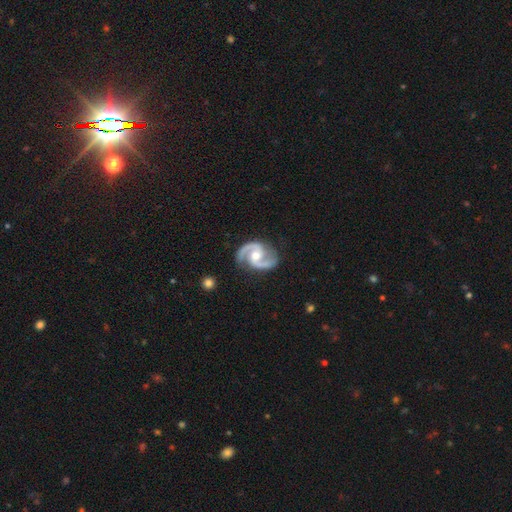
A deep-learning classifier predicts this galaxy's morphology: Overall: featured or disk (94%). Edge-on disk: no (98%). Bar: no (51%; weak 37%). Spiral arms: yes (99%). Spiral arm count: 2 (95%). Spiral winding: medium (65%). Bulge size: moderate (68%). Merging: none (82%).